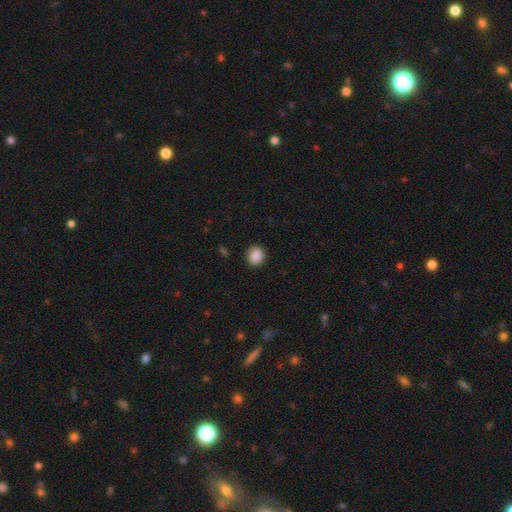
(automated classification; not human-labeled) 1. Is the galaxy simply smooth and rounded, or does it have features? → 88% smooth, 8% star or artifact, 3% featured or disk.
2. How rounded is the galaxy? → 75% round, 24% in between, 1% cigar-shaped.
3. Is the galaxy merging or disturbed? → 87% none, 9% minor disturbance, 3% major disturbance, 1% merger.